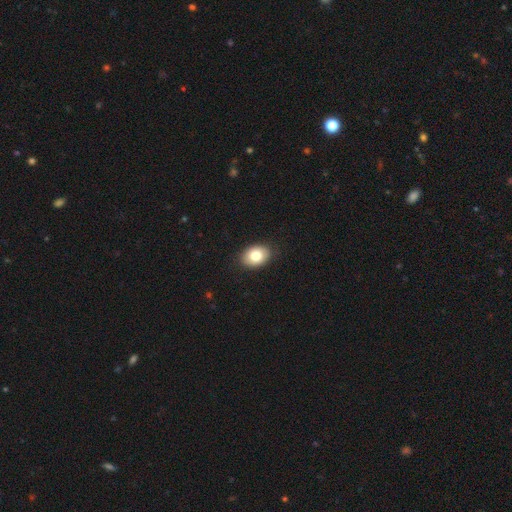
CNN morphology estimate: Q: Smooth or featured?
A: smooth (82%); runner-up: featured or disk (11%)
Q: How rounded?
A: in between (77%); runner-up: round (22%)
Q: Merging?
A: none (88%); runner-up: minor disturbance (9%)